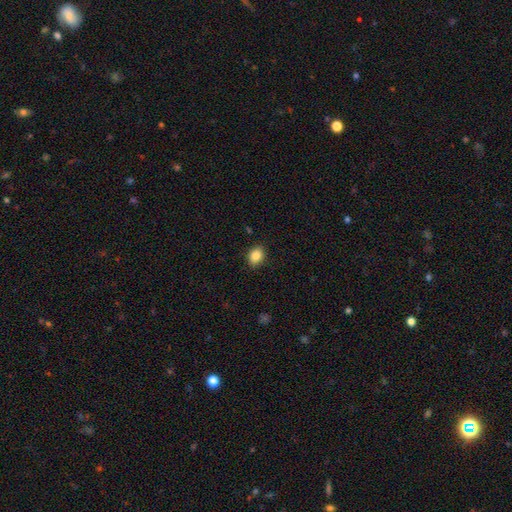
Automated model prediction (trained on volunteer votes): smooth-or-featured: smooth: 86% | star or artifact: 9% | featured or disk: 5%
  how-rounded: in between: 63% | round: 36% | cigar-shaped: 1%
  merging: none: 88% | minor disturbance: 9% | major disturbance: 2% | merger: 1%